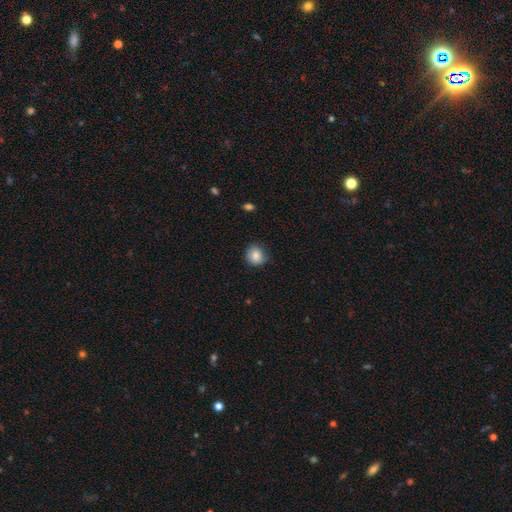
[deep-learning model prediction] smooth_or_featured: smooth (p=0.85) [alt: star or artifact p=0.09]
how_rounded: round (p=0.80) [alt: in between p=0.19]
merging: none (p=0.71) [alt: minor disturbance p=0.23]